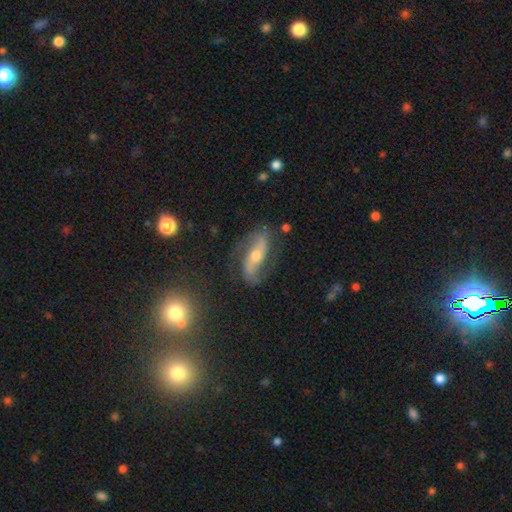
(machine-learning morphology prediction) featured or disk 82%, smooth 11%, star or artifact 7%. Down the decision tree: edge-on disk — no (91%); bar — no (37%); spiral arms — yes (94%); spiral arm count — 2 (91%); spiral winding — loose (55%); bulge size — moderate (51%); merging — none (74%).